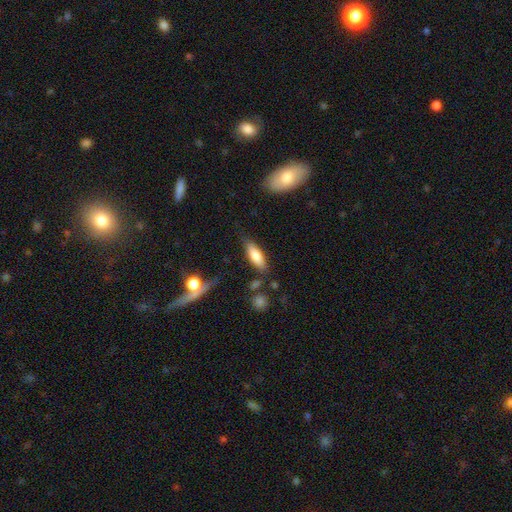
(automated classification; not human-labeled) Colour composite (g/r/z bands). It shows a smooth galaxy with no disk features (76%) that is in between round and cigar-shaped (63%). Merging: none (72%).